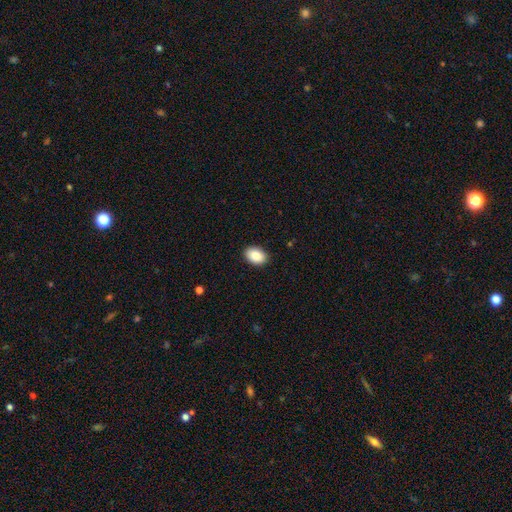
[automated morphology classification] smooth_or_featured: smooth (p=0.89) [alt: star or artifact p=0.07]
how_rounded: in between (p=0.84) [alt: round p=0.15]
merging: none (p=0.89) [alt: minor disturbance p=0.08]